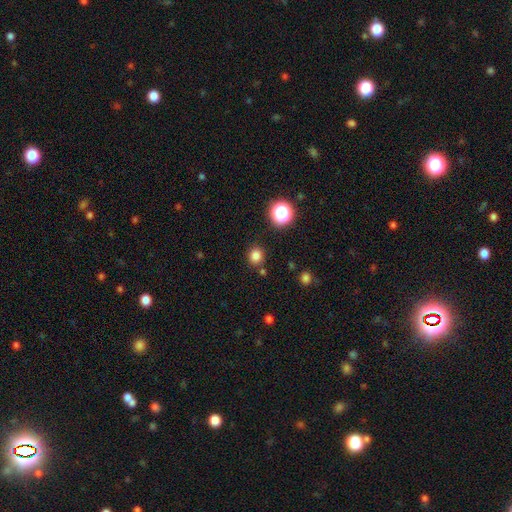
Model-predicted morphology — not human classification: Smooth or featured? smooth (81%)
How rounded? round (86%)
Merging? none (86%)